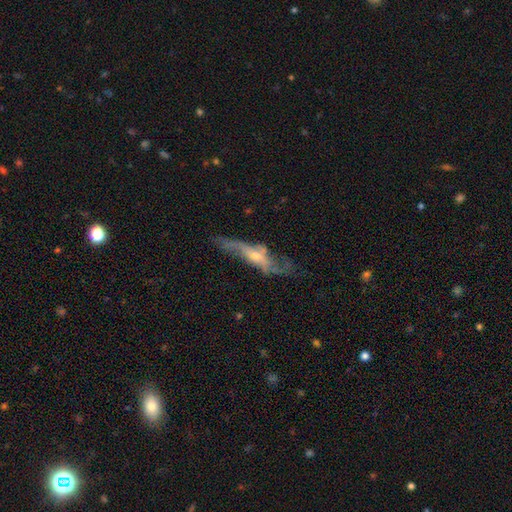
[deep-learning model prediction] A featured or disk galaxy (70%).

Vote fractions:
- Smooth or featured? featured or disk: 70% / smooth: 22% / star or artifact: 8%
- Edge-on disk? no: 59% / yes: 41%
- Merging? none: 45% / major disturbance: 25% / minor disturbance: 25% / merger: 5%